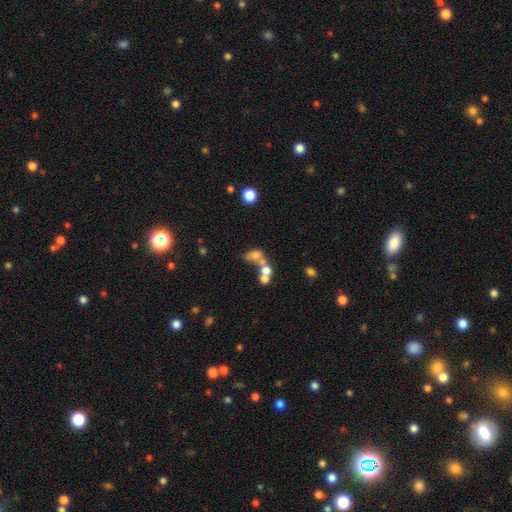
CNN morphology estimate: Smooth or featured: smooth — 56% (featured or disk — 28%)
How rounded: in between — 60% (round — 37%)
Merging: merger — 59% (none — 20%)